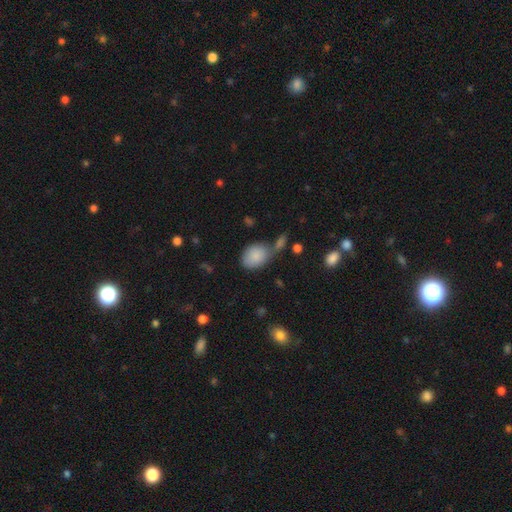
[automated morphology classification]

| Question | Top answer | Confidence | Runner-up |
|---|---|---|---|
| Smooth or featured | smooth | 85% | star or artifact (7%) |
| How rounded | in between | 76% | round (23%) |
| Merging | none | 54% | minor disturbance (21%) |